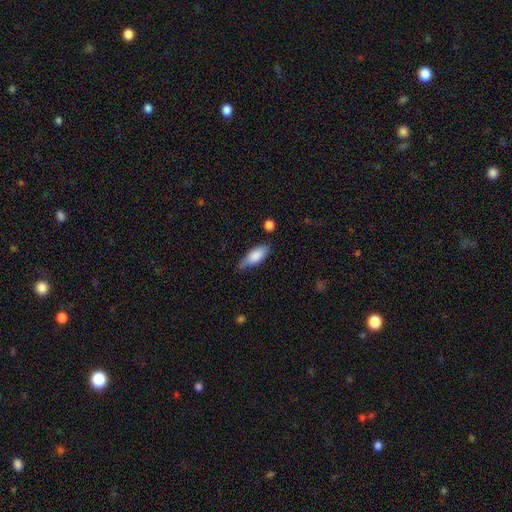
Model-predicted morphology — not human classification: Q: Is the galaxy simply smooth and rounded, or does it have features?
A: smooth — 79%.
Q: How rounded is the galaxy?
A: in between — 74%.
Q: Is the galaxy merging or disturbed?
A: none — 57%.